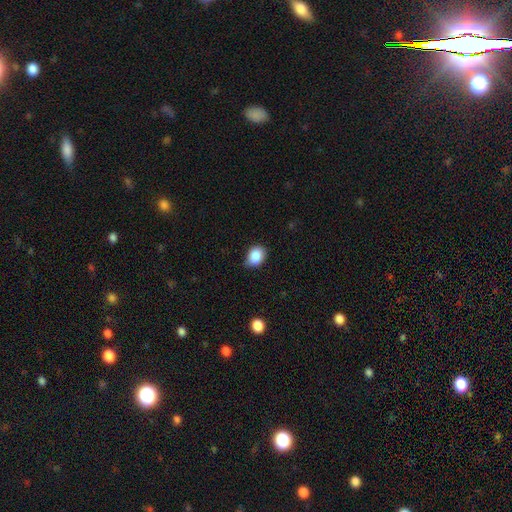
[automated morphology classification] Smooth or featured? smooth (87%)
How rounded? in between (62%)
Merging? none (72%)